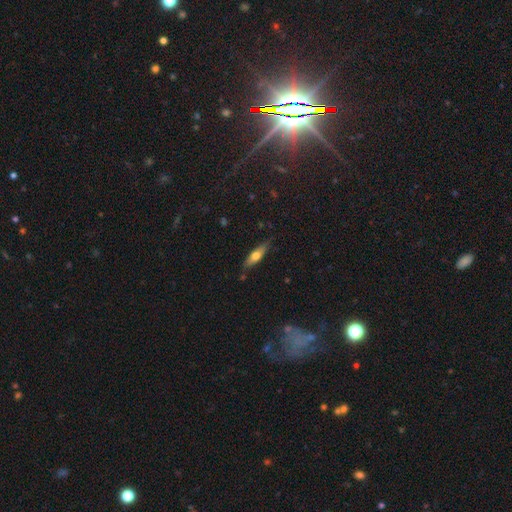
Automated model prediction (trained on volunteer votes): This appears to be a smooth galaxy with no disk features (55%) that is cigar-shaped (62%). Merging: none (80%).